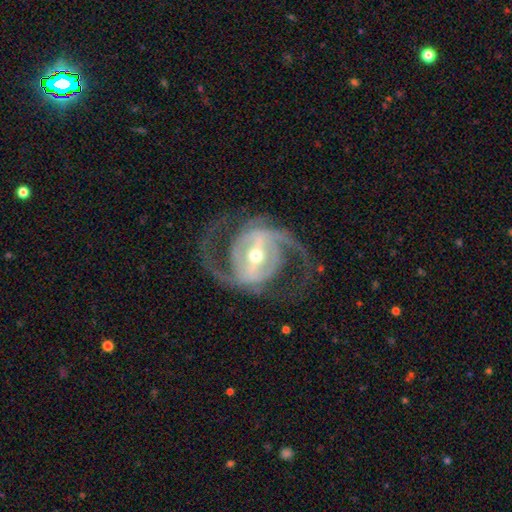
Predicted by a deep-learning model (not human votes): smooth_or_featured: featured or disk (p=0.90) [alt: star or artifact p=0.05]
disk_edge_on: no (p=0.97) [alt: yes p=0.03]
bar: strong (p=0.59) [alt: weak p=0.30]
has_spiral_arms: yes (p=0.94) [alt: no p=0.06]
spiral_winding: medium (p=0.57) [alt: loose p=0.22]
spiral_arm_count: 2 (p=0.88) [alt: can't tell p=0.04]
bulge_size: moderate (p=0.52) [alt: small p=0.42]
merging: none (p=0.73) [alt: major disturbance p=0.13]